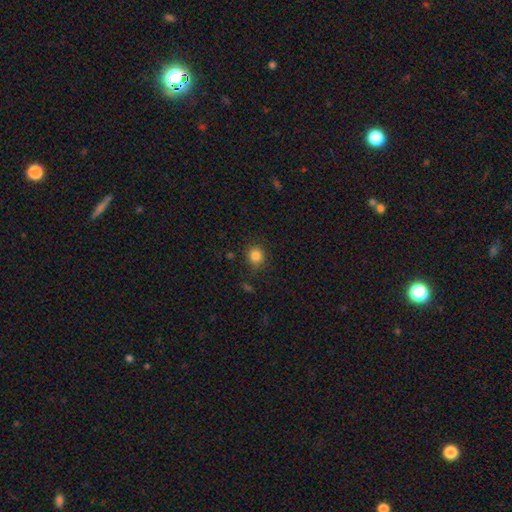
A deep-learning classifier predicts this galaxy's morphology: Q: Smooth or featured?
A: smooth (83%); runner-up: star or artifact (11%)
Q: How rounded?
A: round (88%); runner-up: in between (11%)
Q: Merging?
A: none (85%); runner-up: minor disturbance (10%)